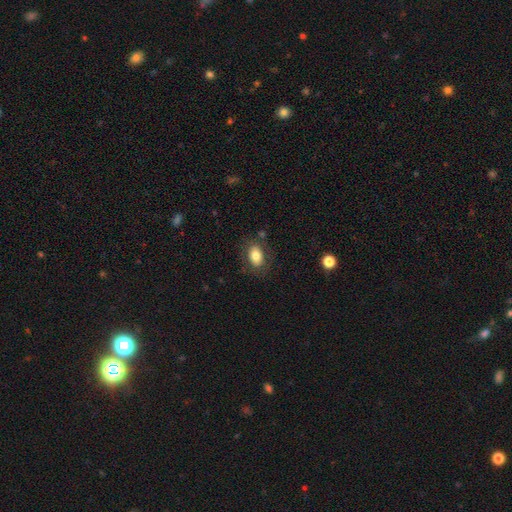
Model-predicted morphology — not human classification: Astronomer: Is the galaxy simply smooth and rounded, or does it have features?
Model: smooth — 77%.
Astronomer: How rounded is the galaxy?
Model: in between — 85%.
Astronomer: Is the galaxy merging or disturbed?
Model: none — 77%.